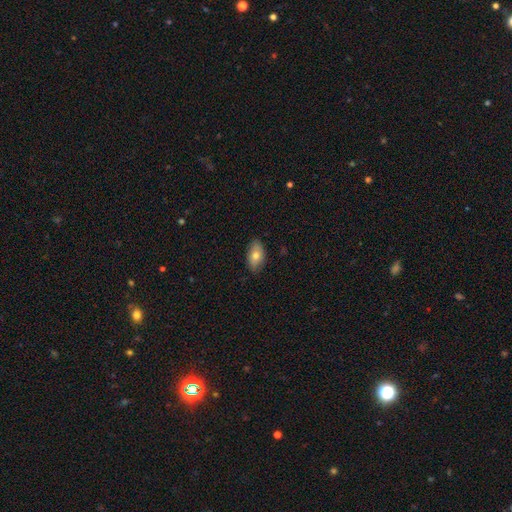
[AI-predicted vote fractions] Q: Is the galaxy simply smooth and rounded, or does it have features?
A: smooth — 72%.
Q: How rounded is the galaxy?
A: in between — 91%.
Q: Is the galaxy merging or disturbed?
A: none — 84%.